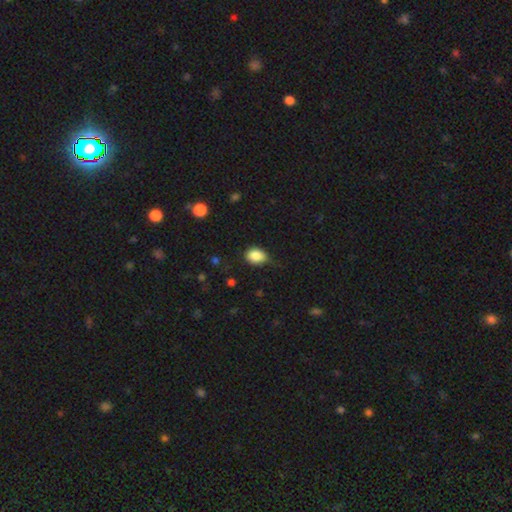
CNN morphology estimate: Smooth or featured? smooth (85%)
How rounded? in between (66%)
Merging? none (60%)